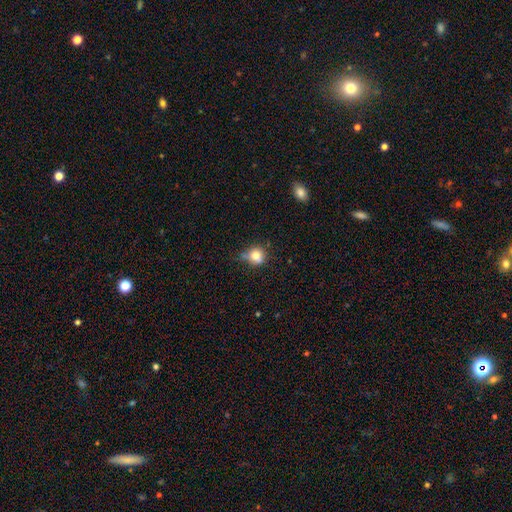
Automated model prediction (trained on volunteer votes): Smooth or featured? smooth (78%)
How rounded? round (80%)
Merging? none (57%)